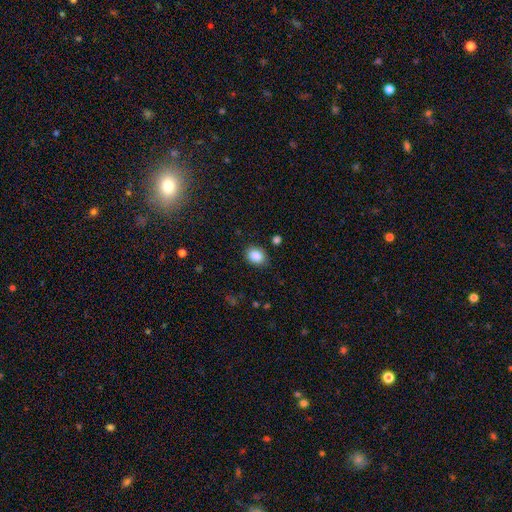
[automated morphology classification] Smooth or featured? Predicted: smooth (p=0.87). How rounded? Predicted: in between (p=0.57). Merging? Predicted: none (p=0.85).